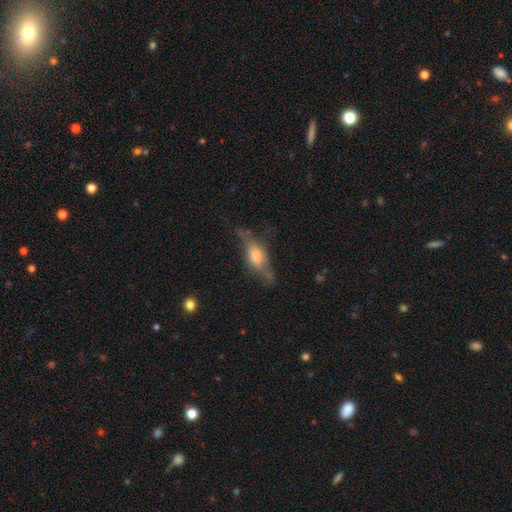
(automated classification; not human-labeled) Morphology: type=featured or disk (61%); edge-on=yes (80%); merging=none (61%).